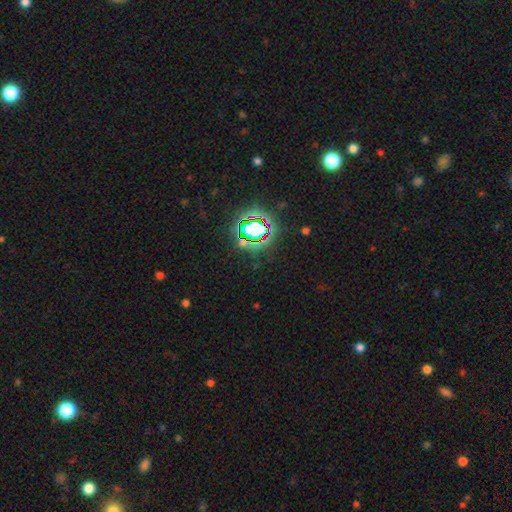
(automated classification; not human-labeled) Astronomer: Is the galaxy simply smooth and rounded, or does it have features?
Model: star or artifact — 79%.